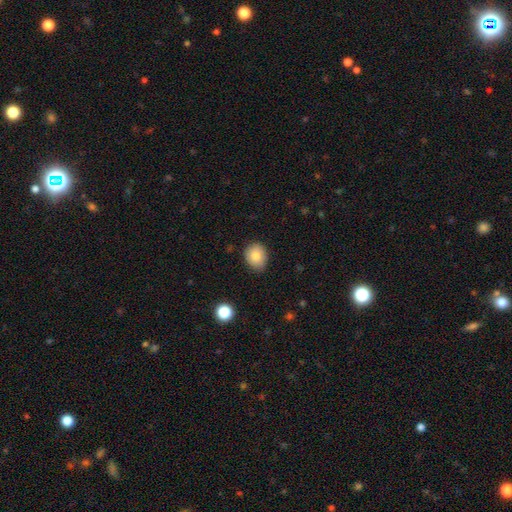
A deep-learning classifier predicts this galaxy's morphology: Smooth or featured? smooth (84%)
How rounded? round (50%)
Merging? none (79%)